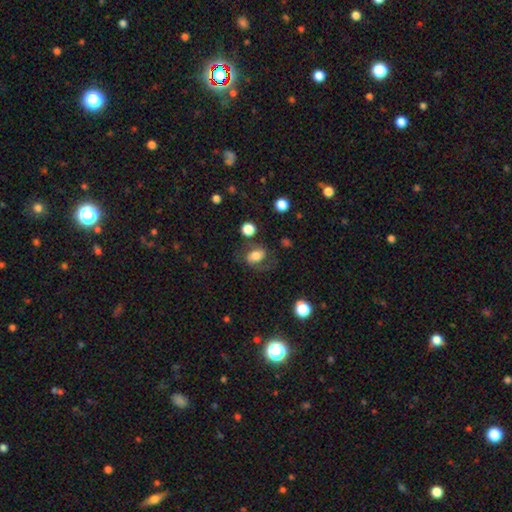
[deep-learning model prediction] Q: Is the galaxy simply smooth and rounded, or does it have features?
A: smooth — 55%.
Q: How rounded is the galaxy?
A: in between — 72%.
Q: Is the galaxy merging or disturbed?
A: none — 59%.